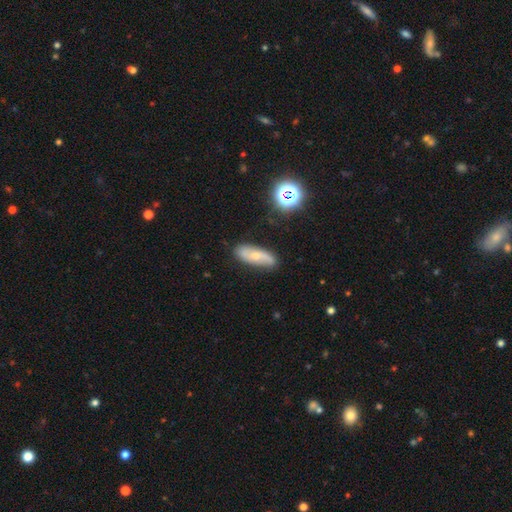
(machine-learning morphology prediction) smooth_or_featured: featured or disk (p=0.54) [alt: smooth p=0.37]
disk_edge_on: no (p=0.79) [alt: yes p=0.21]
merging: none (p=0.78) [alt: minor disturbance p=0.16]